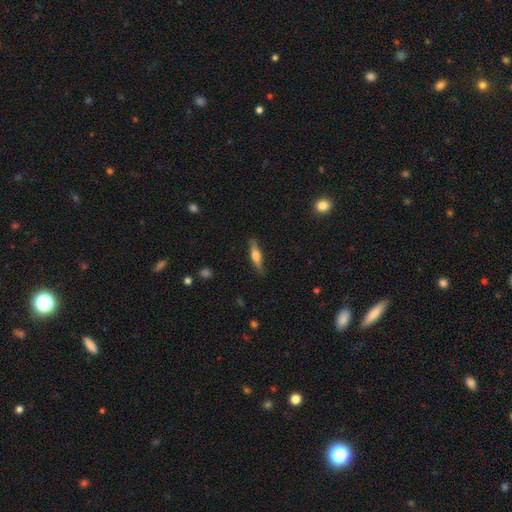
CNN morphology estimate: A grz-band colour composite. It shows a featured or disk galaxy (48%). Merging: none (85%).